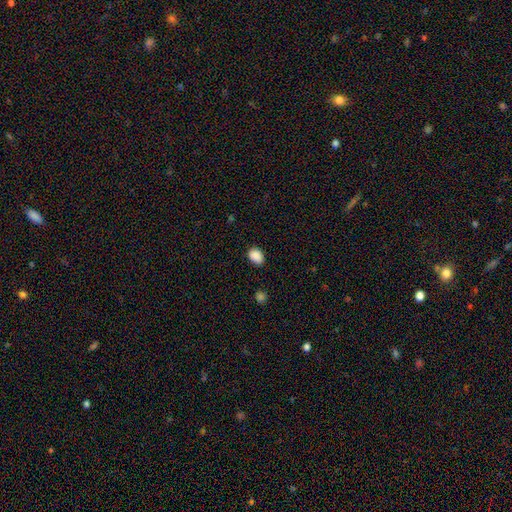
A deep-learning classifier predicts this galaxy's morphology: A smooth galaxy with no disk features (89%) that is in between round and cigar-shaped (71%).

Vote fractions:
- Smooth or featured? smooth: 89% / star or artifact: 8% / featured or disk: 3%
- How rounded? in between: 71% / round: 28% / cigar-shaped: 1%
- Merging? none: 81% / minor disturbance: 15% / major disturbance: 3% / merger: 1%